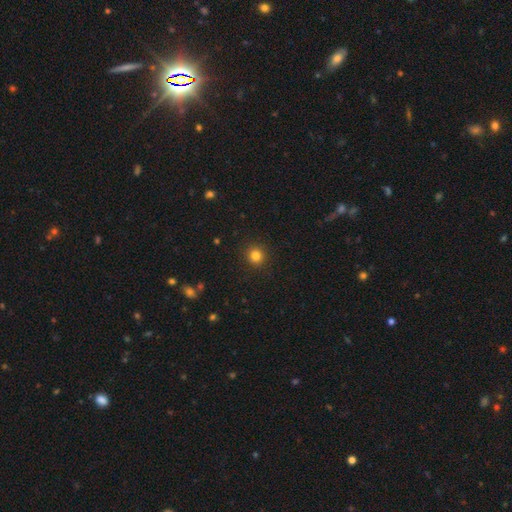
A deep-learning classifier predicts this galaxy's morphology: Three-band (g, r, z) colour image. It shows a smooth galaxy with no disk features (83%) that is round (92%). Merging: none (91%).